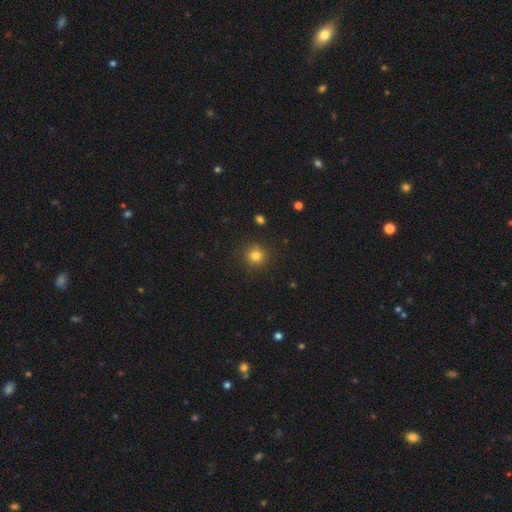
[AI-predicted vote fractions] Smooth or featured? Predicted: smooth (p=0.80). How rounded? Predicted: round (p=0.93). Merging? Predicted: none (p=0.89).